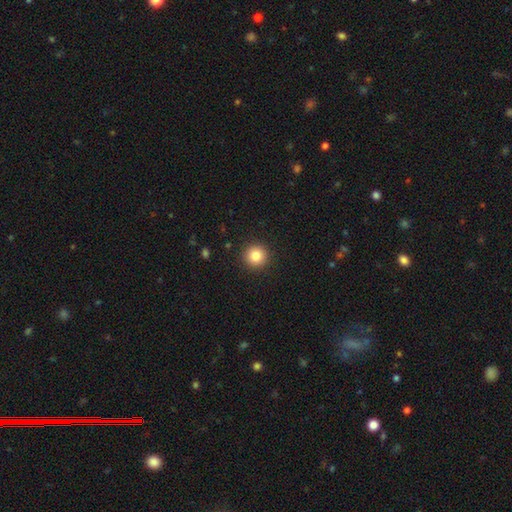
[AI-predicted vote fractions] Smooth or featured? Predicted: smooth (p=0.84). How rounded? Predicted: round (p=0.95). Merging? Predicted: none (p=0.92).